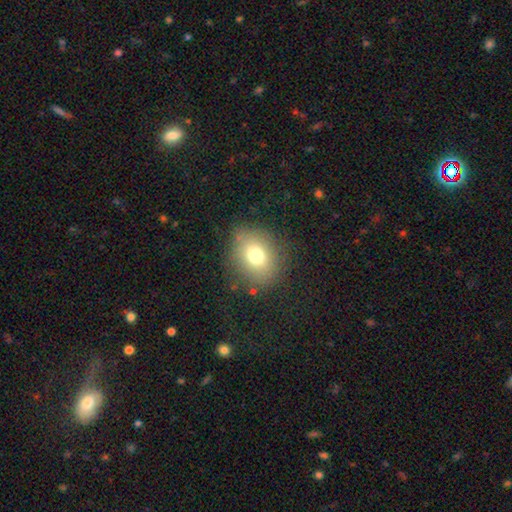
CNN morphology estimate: Smooth or featured? Predicted: smooth (p=0.73). How rounded? Predicted: round (p=0.63). Merging? Predicted: none (p=0.80).